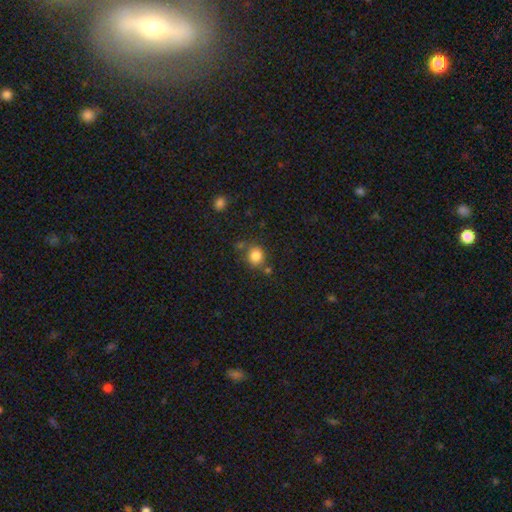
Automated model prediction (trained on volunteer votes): Q: Smooth or featured?
A: smooth (83%); runner-up: star or artifact (11%)
Q: How rounded?
A: round (81%); runner-up: in between (18%)
Q: Merging?
A: none (68%); runner-up: minor disturbance (14%)